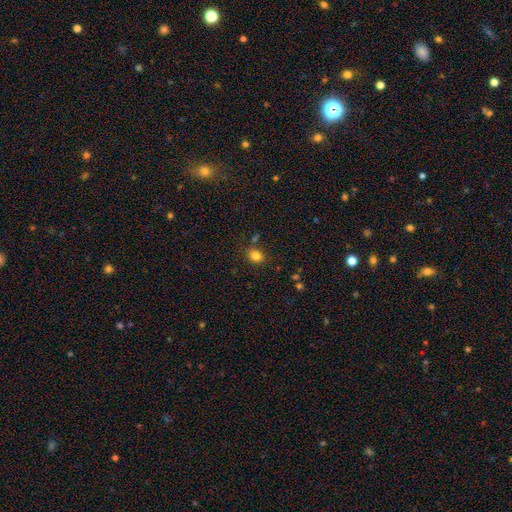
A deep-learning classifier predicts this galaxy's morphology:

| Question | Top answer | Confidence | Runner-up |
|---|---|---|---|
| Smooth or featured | smooth | 82% | star or artifact (12%) |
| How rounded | round | 57% | in between (42%) |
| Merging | none | 80% | minor disturbance (11%) |